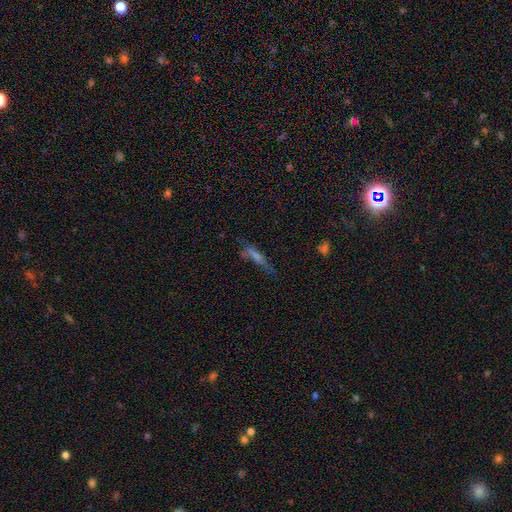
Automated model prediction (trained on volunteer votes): Q: Smooth or featured?
A: smooth (41%); runner-up: featured or disk (34%)
Q: Merging?
A: none (55%); runner-up: minor disturbance (22%)